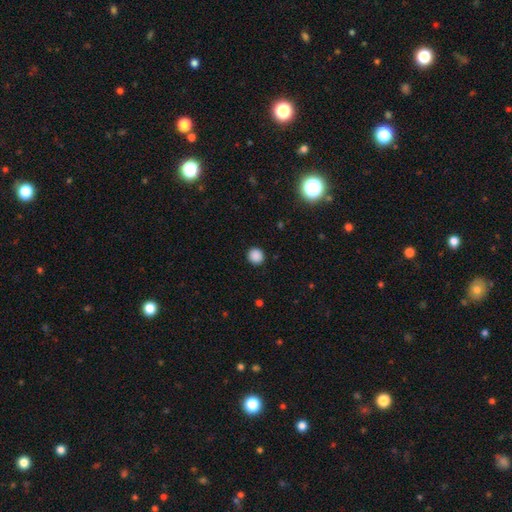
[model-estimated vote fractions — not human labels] Overall: smooth (88%). How rounded: round (91%). Merging: none (92%).